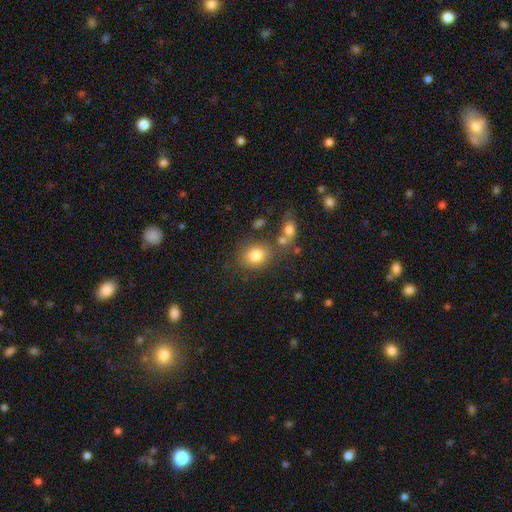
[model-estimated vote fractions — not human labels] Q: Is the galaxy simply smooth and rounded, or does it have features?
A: smooth — 82%.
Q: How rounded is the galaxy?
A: in between — 49%, tied with round.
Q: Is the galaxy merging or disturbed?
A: none — 68%.